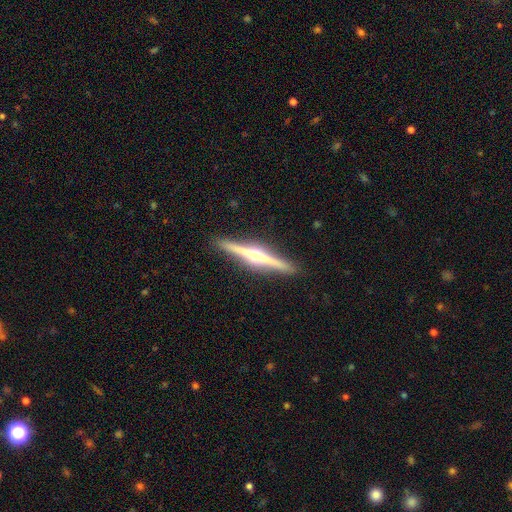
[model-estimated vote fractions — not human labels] Morphology: type=featured or disk (82%); edge-on=yes (98%); edge-on bulge=rounded (90%); merging=none (92%).